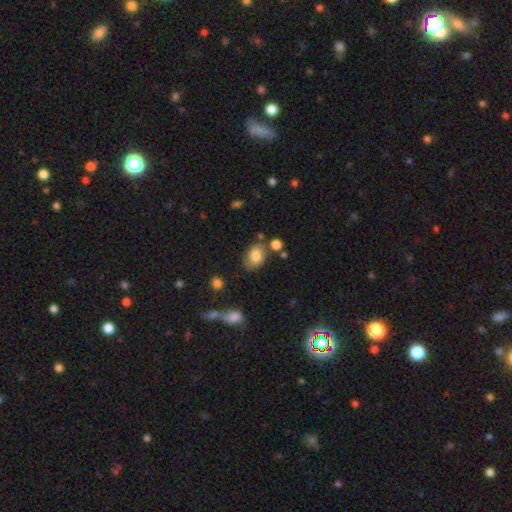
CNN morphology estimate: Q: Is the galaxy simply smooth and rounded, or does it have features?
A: smooth — 79%.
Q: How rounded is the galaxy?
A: in between — 81%.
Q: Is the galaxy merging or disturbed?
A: none — 68%.